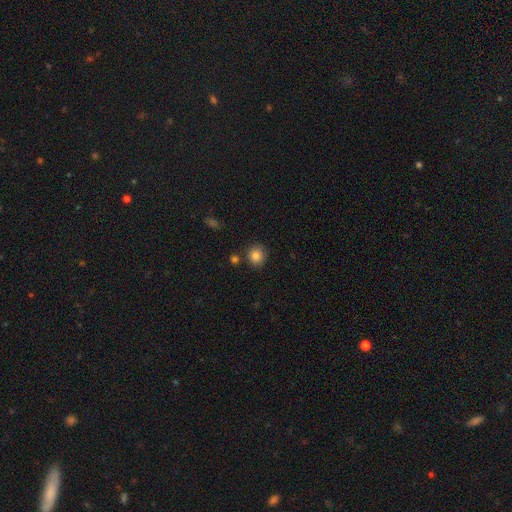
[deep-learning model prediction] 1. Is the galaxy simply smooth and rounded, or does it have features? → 84% smooth, 10% star or artifact, 6% featured or disk.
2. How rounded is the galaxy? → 87% round, 12% in between, 1% cigar-shaped.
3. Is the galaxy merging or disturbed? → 83% none, 9% minor disturbance, 6% merger, 3% major disturbance.